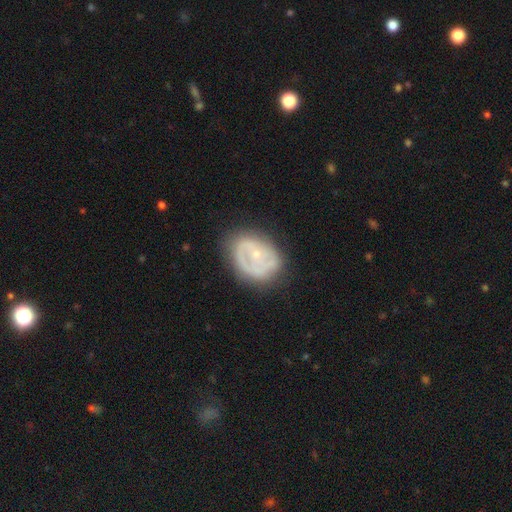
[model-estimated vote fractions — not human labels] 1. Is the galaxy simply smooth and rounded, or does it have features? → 64% featured or disk, 29% smooth, 7% star or artifact.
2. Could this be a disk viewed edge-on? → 96% no, 4% yes.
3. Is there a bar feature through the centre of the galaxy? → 72% no, 22% weak, 6% strong.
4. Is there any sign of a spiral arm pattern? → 50% yes (tied), 50% no (tied).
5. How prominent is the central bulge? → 69% small, 26% moderate, 3% none, 1% large, 1% dominant.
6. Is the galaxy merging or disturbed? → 65% none, 23% minor disturbance, 10% major disturbance, 2% merger.